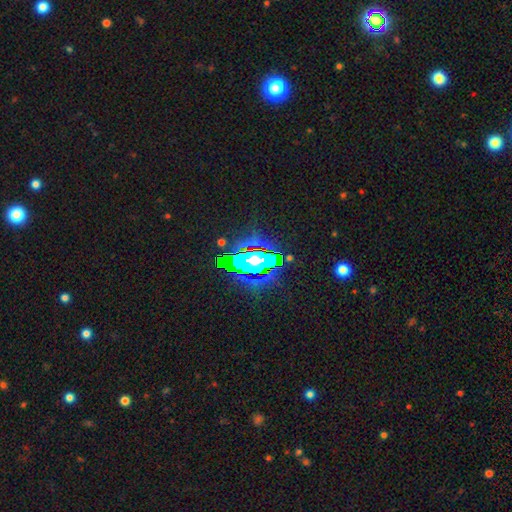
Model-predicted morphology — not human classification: Smooth or featured? star or artifact (67%)